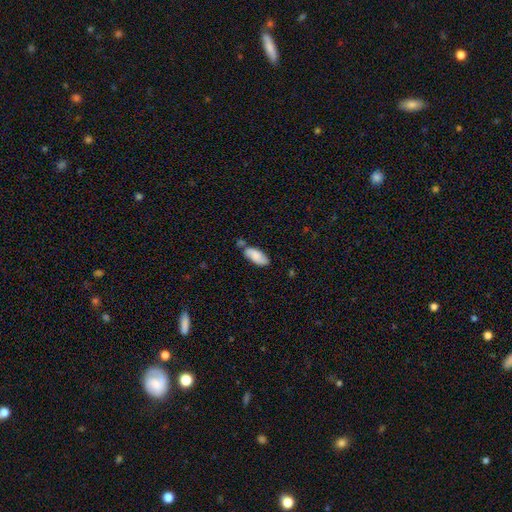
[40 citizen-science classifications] Smooth or featured? smooth (85%)
How rounded? in between (85%)
Merging? none (65%)